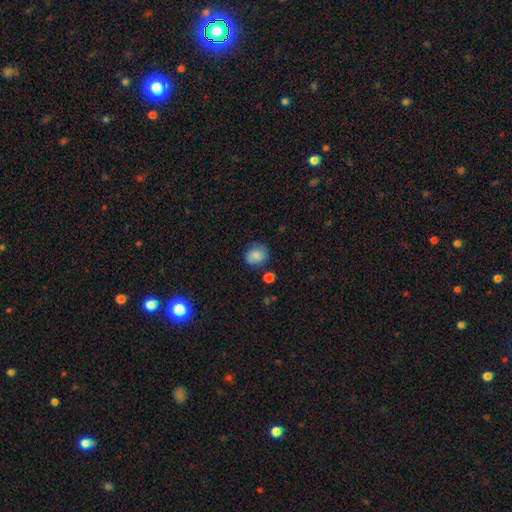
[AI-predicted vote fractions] Morphology: type=smooth (82%); roundness=round (78%); merging=none (70%).